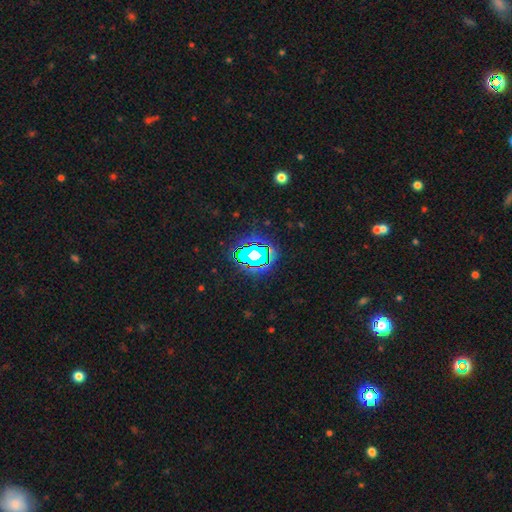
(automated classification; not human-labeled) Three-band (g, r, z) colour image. It shows a star or artifact, not a galaxy (67%).